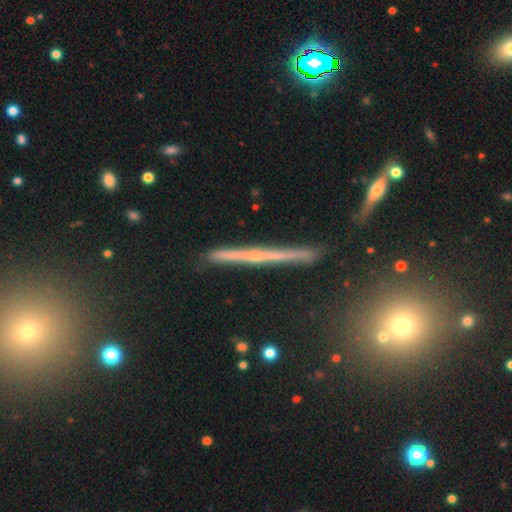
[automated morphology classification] A featured or disk galaxy (65%) viewed edge-on (97%) with no central bulge (69%).

Vote fractions:
- Smooth or featured? featured or disk: 65% / smooth: 24% / star or artifact: 11%
- Edge-on disk? yes: 97% / no: 3%
- Edge-on bulge? none: 69% / rounded: 24% / boxy: 7%
- Merging? none: 86% / minor disturbance: 9% / merger: 2% / major disturbance: 2%